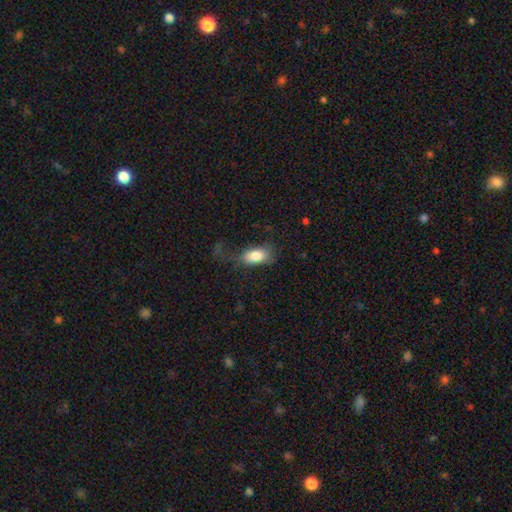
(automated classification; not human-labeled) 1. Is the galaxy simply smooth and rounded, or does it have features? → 80% smooth, 12% featured or disk, 8% star or artifact.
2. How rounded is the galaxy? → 91% in between, 5% round, 4% cigar-shaped.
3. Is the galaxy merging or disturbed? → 51% none, 24% minor disturbance, 23% major disturbance, 3% merger.